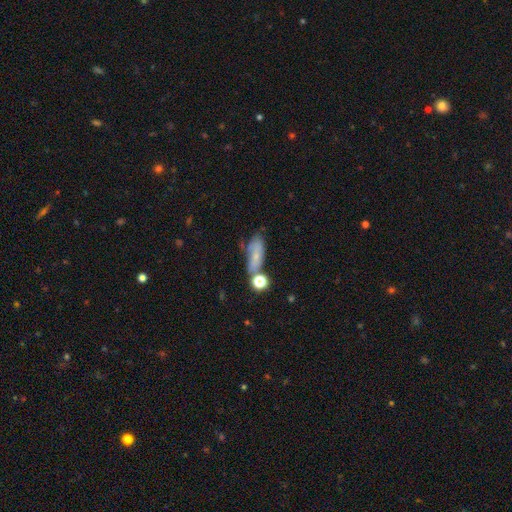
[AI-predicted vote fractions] This is likely a smooth galaxy (64%). How rounded: likely in between (65%). Merging: possibly none (47%).